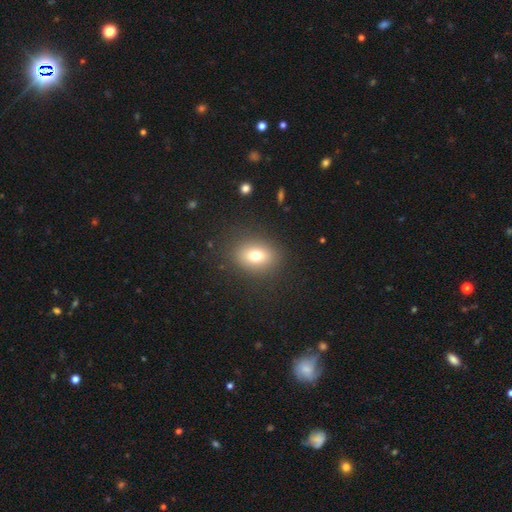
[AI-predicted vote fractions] Morphology: type=smooth (74%); roundness=in between (54%); merging=none (87%).